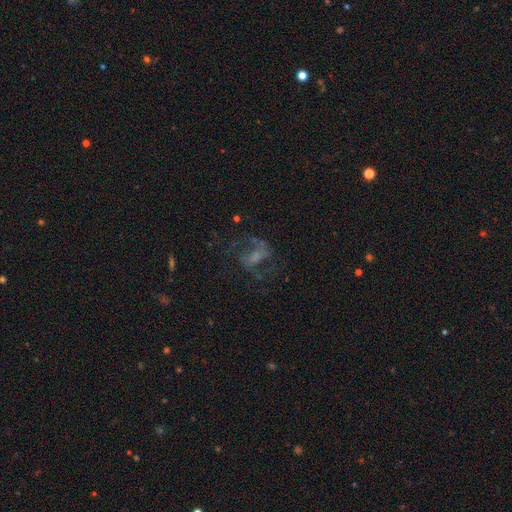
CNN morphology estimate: type=featured or disk (65%); edge-on=no (97%); bar=weak (41%); spiral arms=yes (74%); bulge=small (35%, tied with none); merging=none (51%).